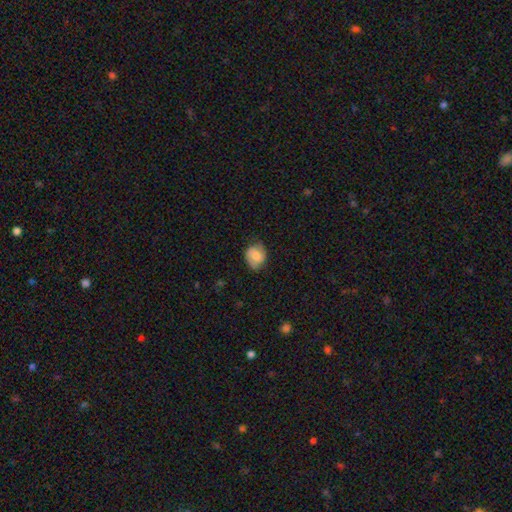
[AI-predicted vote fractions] Overall: smooth (68%). How rounded: round (55%; in between 44%). Merging: none (66%; minor disturbance 26%).